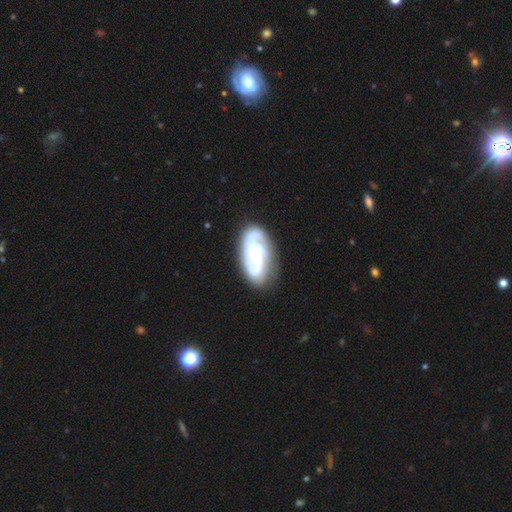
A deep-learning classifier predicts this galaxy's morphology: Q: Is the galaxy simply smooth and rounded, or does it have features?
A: featured or disk — 85%.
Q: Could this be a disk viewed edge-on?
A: no — 96%.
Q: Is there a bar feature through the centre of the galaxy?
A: no — 56%.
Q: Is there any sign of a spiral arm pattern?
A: yes — 97%.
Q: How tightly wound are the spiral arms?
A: tight — 50%.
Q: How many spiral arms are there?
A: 2 — 45%.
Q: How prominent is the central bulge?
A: small — 49%.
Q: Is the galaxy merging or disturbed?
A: none — 77%.